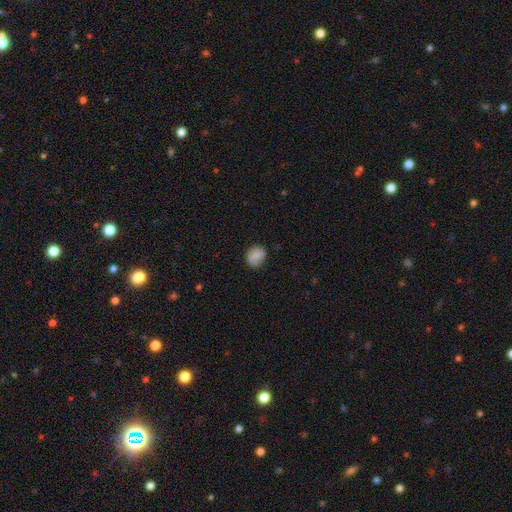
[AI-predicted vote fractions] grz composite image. It shows a smooth galaxy with no disk features (78%) that is round (65%). Merging: none (72%).